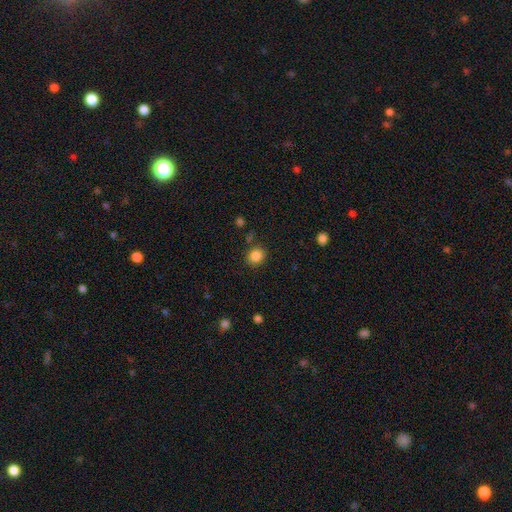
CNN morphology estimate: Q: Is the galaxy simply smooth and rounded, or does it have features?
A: smooth — 86%.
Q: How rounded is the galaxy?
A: round — 78%.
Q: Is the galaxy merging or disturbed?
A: none — 83%.